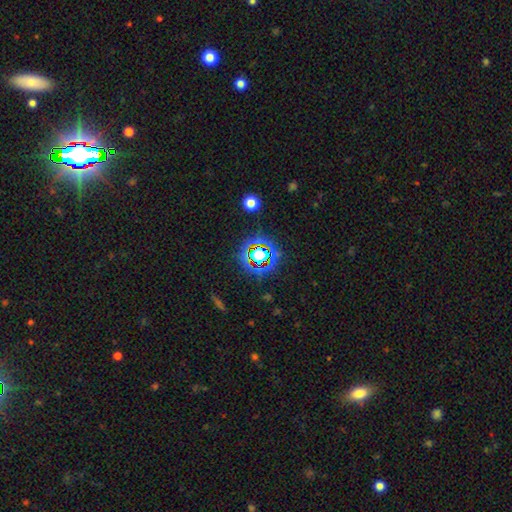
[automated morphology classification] A star or artifact, not a galaxy (68%).